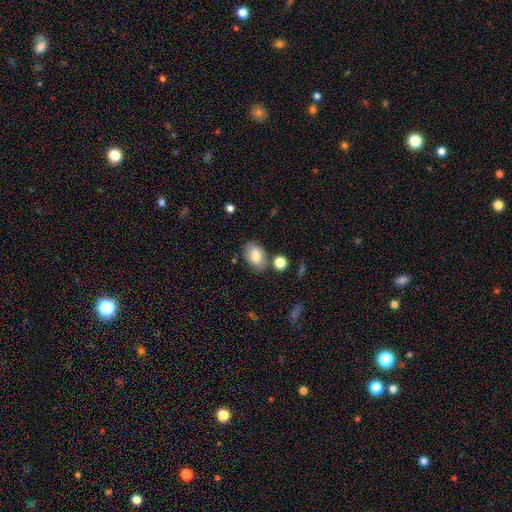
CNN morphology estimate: Overall: smooth (69%). How rounded: in between (83%). Merging: none (70%).